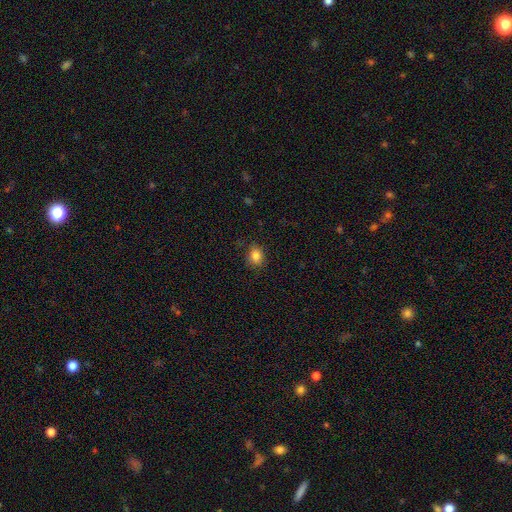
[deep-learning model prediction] smooth 84%, star or artifact 11%, featured or disk 5%. Down the decision tree: how rounded — round (57%); merging — none (83%).